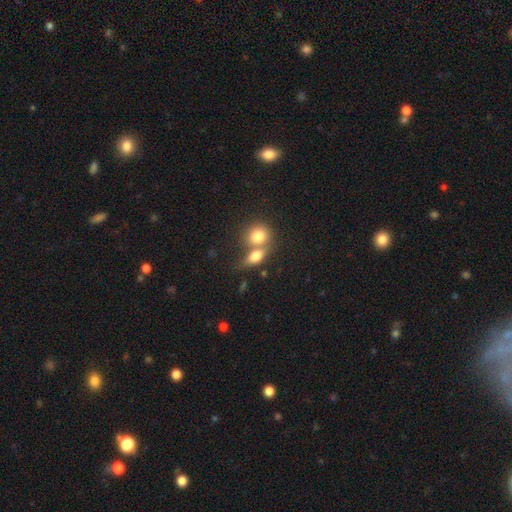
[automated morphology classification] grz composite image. It shows a smooth galaxy with no disk features (75%) that is in between round and cigar-shaped (64%). Merging: merger (58%).